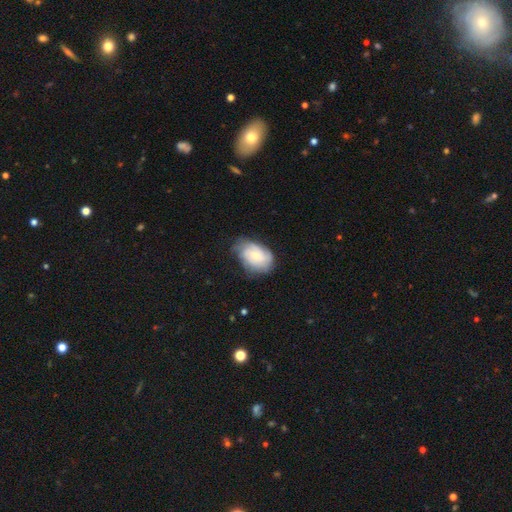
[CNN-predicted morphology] Overall: featured or disk (55%; smooth 38%). Edge-on disk: no (96%). Bar: no (73%). Spiral arms: yes (86%). Bulge size: small (52%; moderate 40%). Merging: none (61%; minor disturbance 28%).